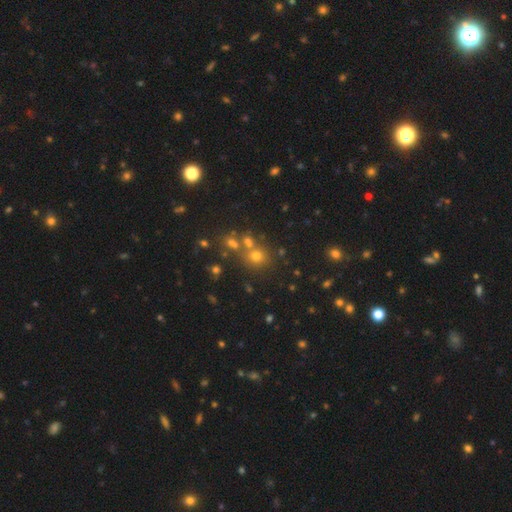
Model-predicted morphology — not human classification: smooth 60%, star or artifact 29%, featured or disk 11%. Down the decision tree: how rounded — round (85%); merging — none (64%).